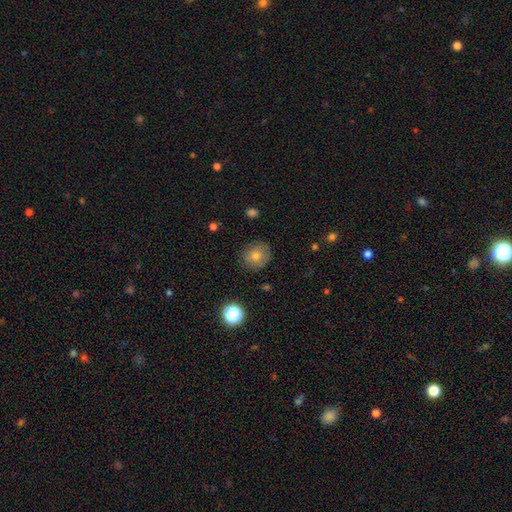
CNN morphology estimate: Q: Smooth or featured?
A: smooth (67%); runner-up: featured or disk (17%)
Q: How rounded?
A: round (83%); runner-up: in between (16%)
Q: Merging?
A: none (84%); runner-up: minor disturbance (11%)